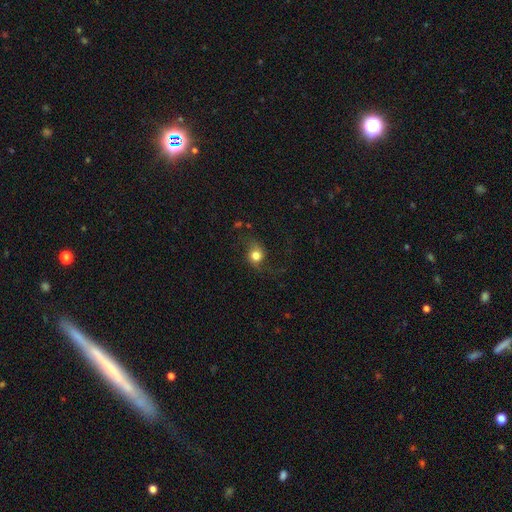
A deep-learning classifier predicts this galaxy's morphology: Smooth or featured? smooth (63%)
How rounded? round (76%)
Merging? none (64%)